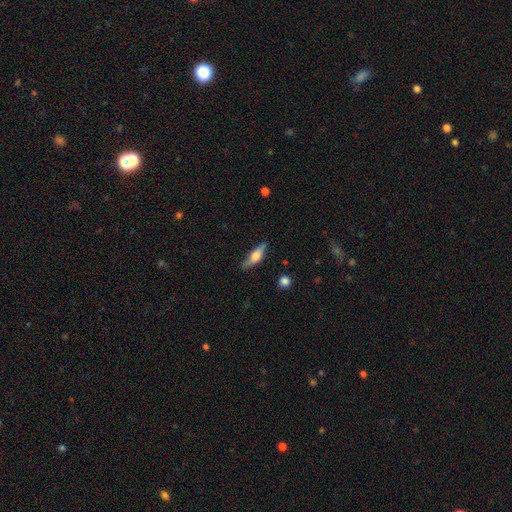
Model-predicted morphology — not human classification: A smooth galaxy with no disk features (48%).

Vote fractions:
- Smooth or featured? smooth: 48% / featured or disk: 45% / star or artifact: 6%
- Merging? none: 79% / minor disturbance: 16% / major disturbance: 3% / merger: 2%